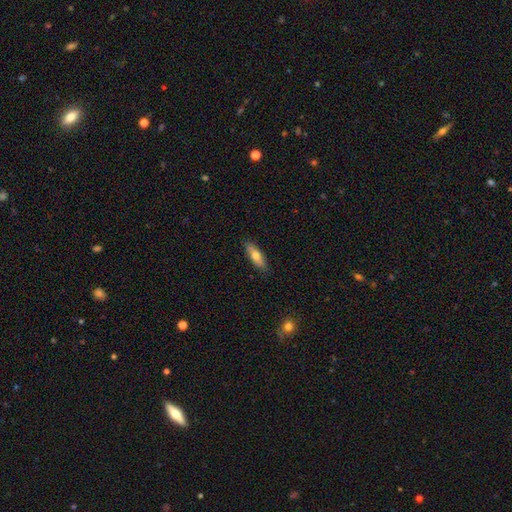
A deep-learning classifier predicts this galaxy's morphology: Q: Smooth or featured?
A: smooth (65%); runner-up: featured or disk (29%)
Q: How rounded?
A: cigar-shaped (49%); tied with: in between (49%)
Q: Merging?
A: none (87%); runner-up: minor disturbance (10%)